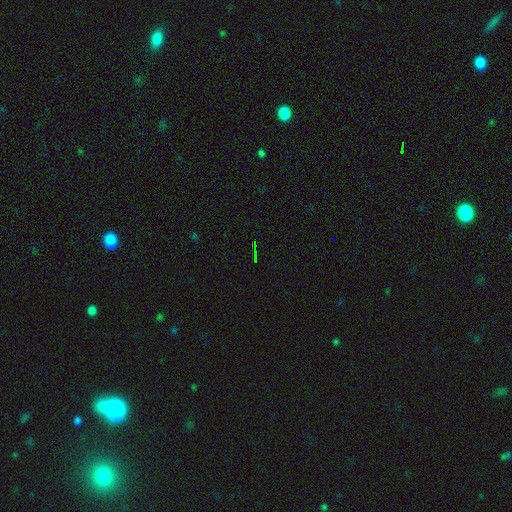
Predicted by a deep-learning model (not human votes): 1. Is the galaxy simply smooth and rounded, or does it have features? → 76% star or artifact, 13% smooth, 11% featured or disk.